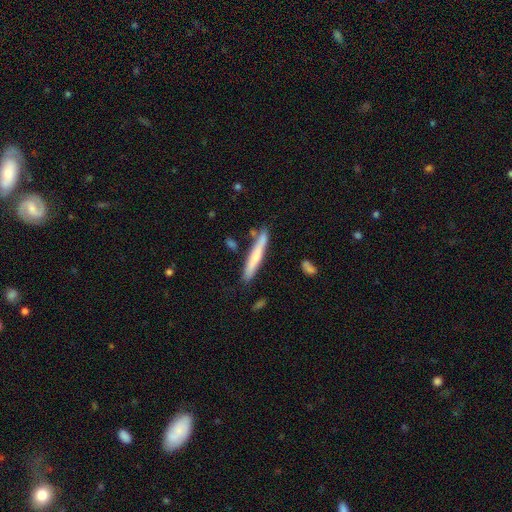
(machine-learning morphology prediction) Q: Smooth or featured?
A: smooth (62%); runner-up: featured or disk (32%)
Q: How rounded?
A: cigar-shaped (95%); runner-up: in between (4%)
Q: Merging?
A: none (81%); runner-up: minor disturbance (12%)